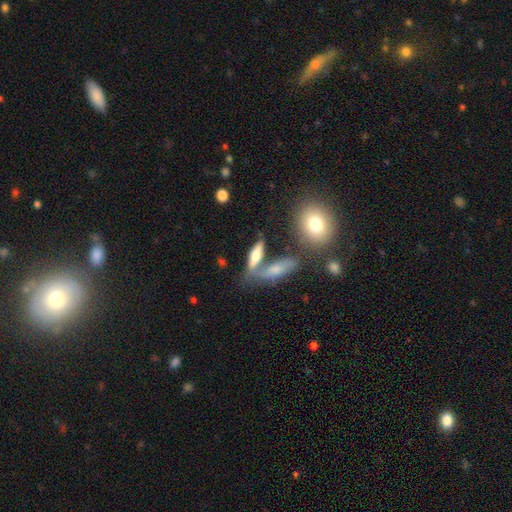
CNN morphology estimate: The model was most divided on "how rounded": cigar-shaped: 51%, in between: 45%, round: 4%. Remaining: smooth or featured — smooth (59%); merging — none (45%).